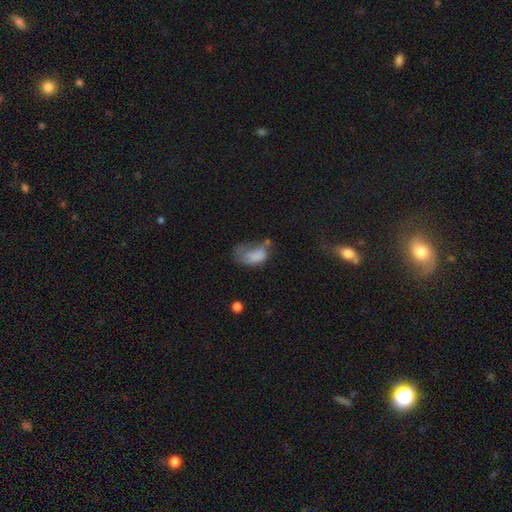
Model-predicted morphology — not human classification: Smooth or featured: smooth — 69% (featured or disk — 21%)
How rounded: in between — 90% (round — 8%)
Merging: major disturbance — 47% (minor disturbance — 25%)